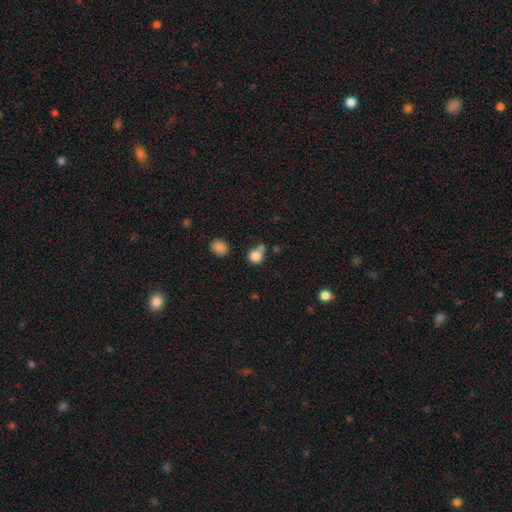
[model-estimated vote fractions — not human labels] Smooth or featured? smooth (83%)
How rounded? round (81%)
Merging? none (52%)